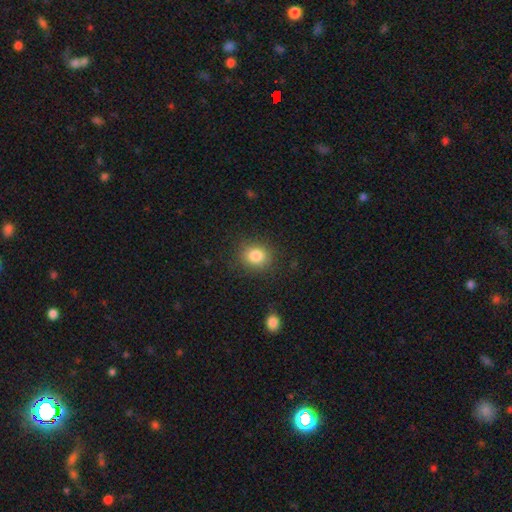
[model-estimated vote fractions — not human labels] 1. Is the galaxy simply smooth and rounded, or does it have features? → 84% smooth, 10% star or artifact, 6% featured or disk.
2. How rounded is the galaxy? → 73% round, 26% in between, 1% cigar-shaped.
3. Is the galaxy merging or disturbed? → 86% none, 9% minor disturbance, 3% major disturbance, 1% merger.